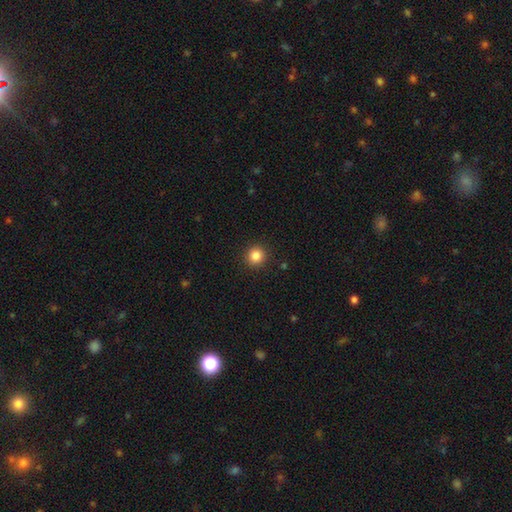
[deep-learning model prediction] A smooth galaxy with no disk features (84%) that is round (92%). Merging: none (91%).